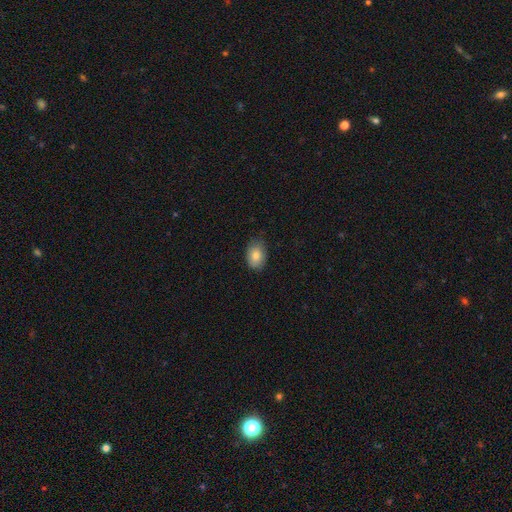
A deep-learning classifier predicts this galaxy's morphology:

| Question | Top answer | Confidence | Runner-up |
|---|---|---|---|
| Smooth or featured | smooth | 83% | featured or disk (10%) |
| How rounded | in between | 82% | round (17%) |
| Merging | none | 79% | minor disturbance (17%) |